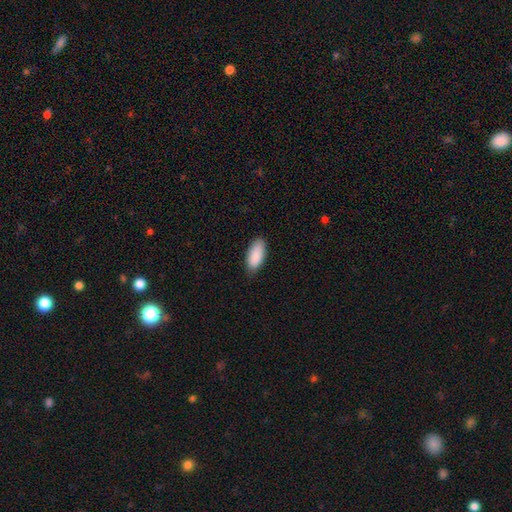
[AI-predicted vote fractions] Overall: smooth (90%). How rounded: in between (90%). Merging: none (80%).